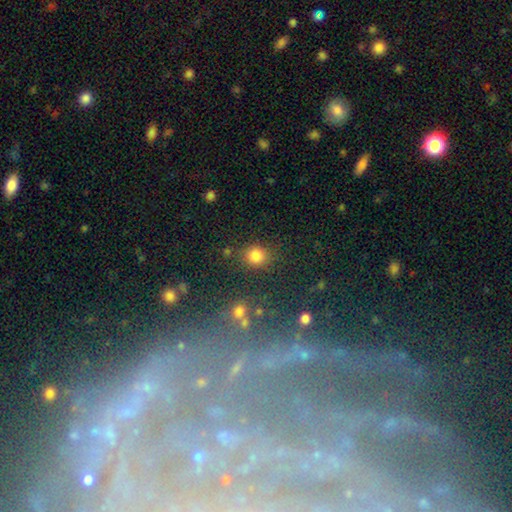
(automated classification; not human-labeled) A smooth galaxy with no disk features (82%) that is round (80%). Merging: none (78%).